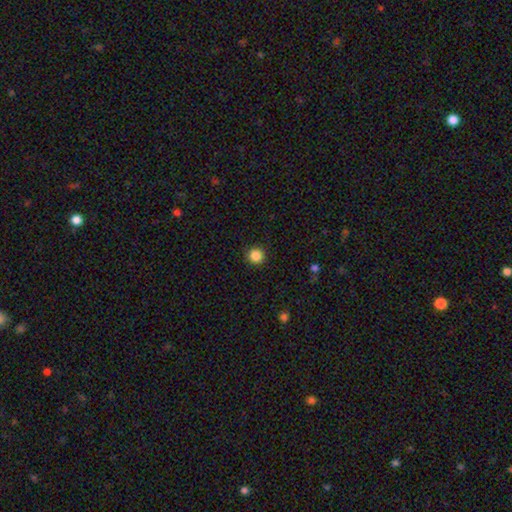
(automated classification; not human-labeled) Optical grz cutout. It shows a smooth galaxy with no disk features (87%) that is round (95%). Merging: none (93%).